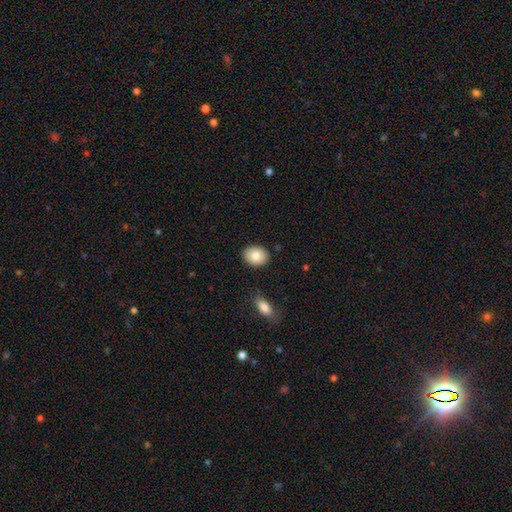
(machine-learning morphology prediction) Smooth or featured? smooth (84%)
How rounded? in between (60%)
Merging? none (87%)